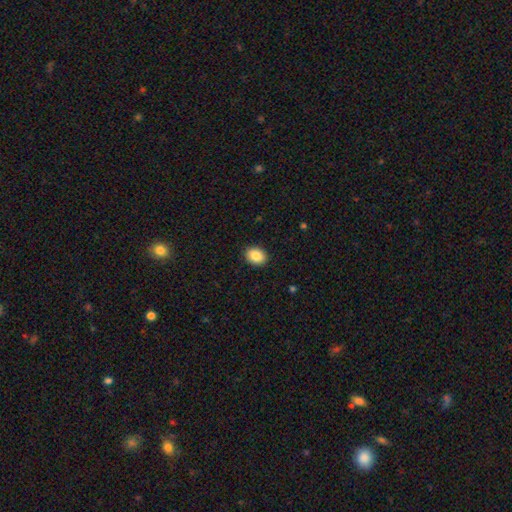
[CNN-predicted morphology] type=smooth (87%); roundness=in between (60%); merging=none (90%).